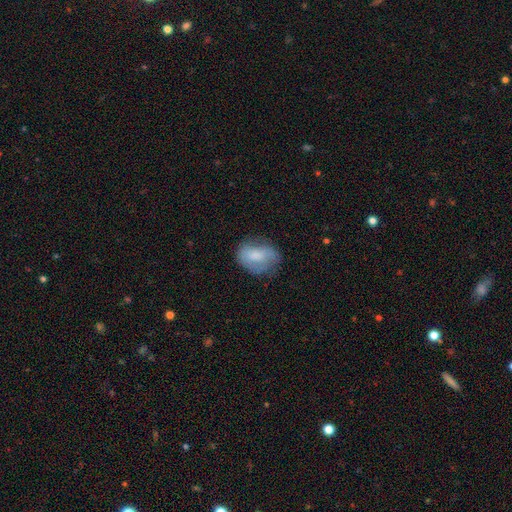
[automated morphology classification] Smooth or featured? Predicted: smooth (p=0.67). How rounded? Predicted: in between (p=0.71). Merging? Predicted: none (p=0.57).